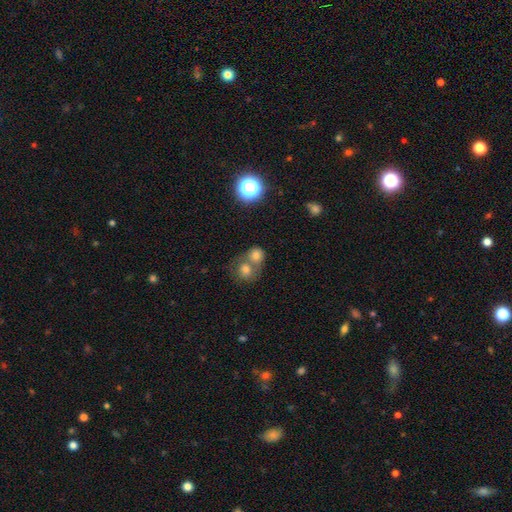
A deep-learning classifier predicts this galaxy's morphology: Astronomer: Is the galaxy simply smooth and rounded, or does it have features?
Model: smooth — 71%.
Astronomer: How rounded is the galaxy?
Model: round — 75%.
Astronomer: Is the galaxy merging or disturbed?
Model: merger — 60%.